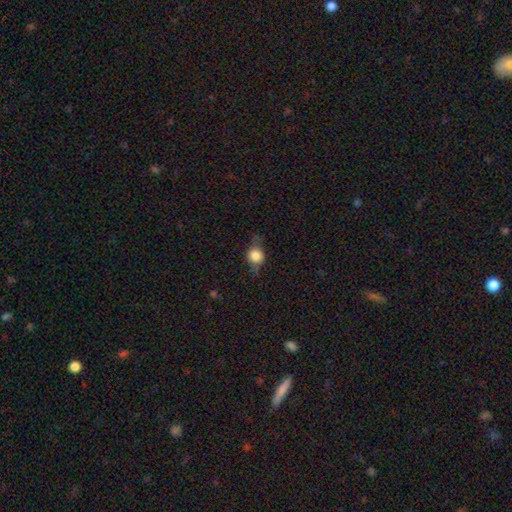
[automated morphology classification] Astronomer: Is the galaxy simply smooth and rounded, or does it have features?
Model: smooth — 63%.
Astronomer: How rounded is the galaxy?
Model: round — 72%.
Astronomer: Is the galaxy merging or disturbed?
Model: none — 67%.